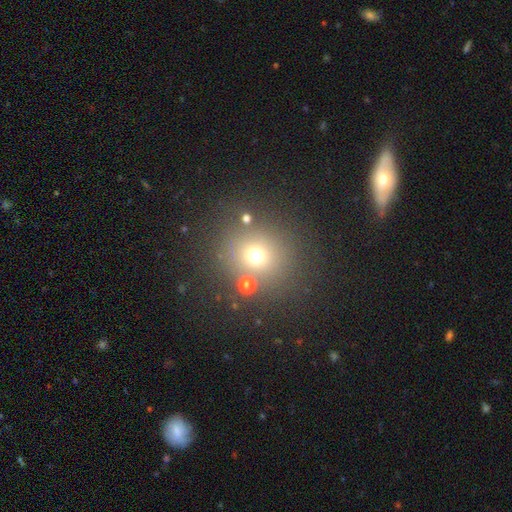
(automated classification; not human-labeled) Smooth or featured? smooth (67%)
How rounded? round (88%)
Merging? none (78%)